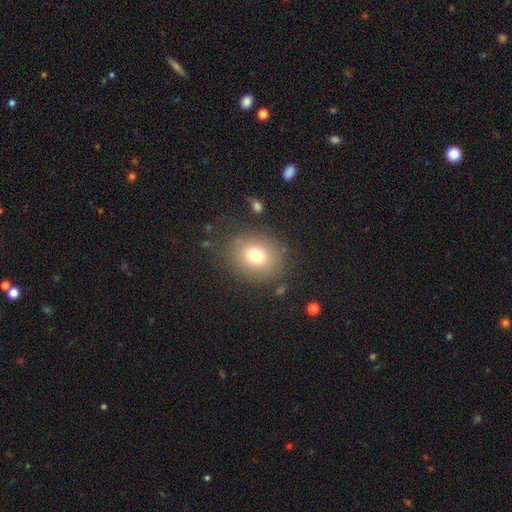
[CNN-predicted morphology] The model was most divided on "how rounded": round: 63%, in between: 36%, cigar-shaped: 1%. More confident: merging — none (80%); smooth or featured — smooth (74%).